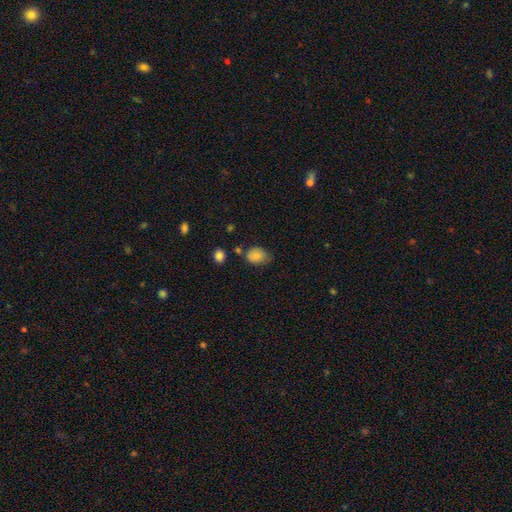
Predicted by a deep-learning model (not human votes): Morphology: type=smooth (83%); roundness=in between (68%); merging=none (63%).